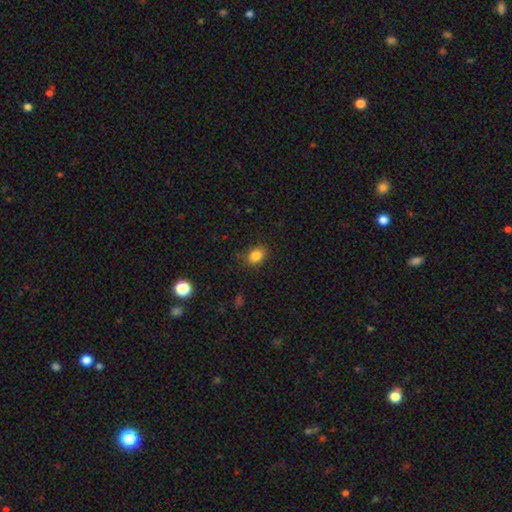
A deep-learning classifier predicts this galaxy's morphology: Smooth or featured?
  - smooth: 84% *
  - star or artifact: 11%
  - featured or disk: 5%
How rounded?
  - in between: 64% *
  - round: 35%
  - cigar-shaped: 1%
Merging?
  - none: 80% *
  - minor disturbance: 14%
  - major disturbance: 4%
  - merger: 2%